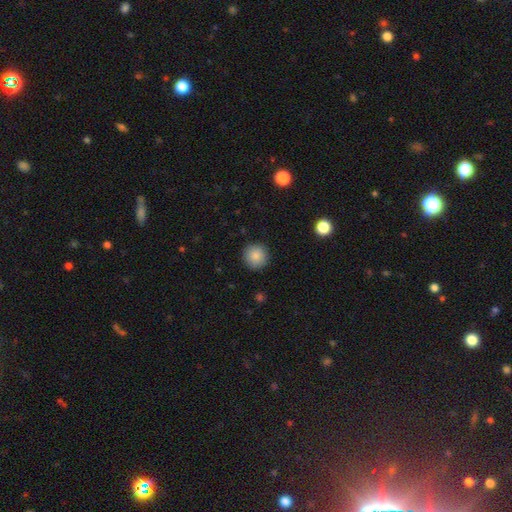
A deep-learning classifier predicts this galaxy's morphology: A smooth galaxy with no disk features (86%) that is round (95%).

Vote fractions:
- Smooth or featured? smooth: 86% / star or artifact: 9% / featured or disk: 5%
- How rounded? round: 95% / in between: 4% / cigar-shaped: 1%
- Merging? none: 91% / minor disturbance: 6% / major disturbance: 2% / merger: 1%